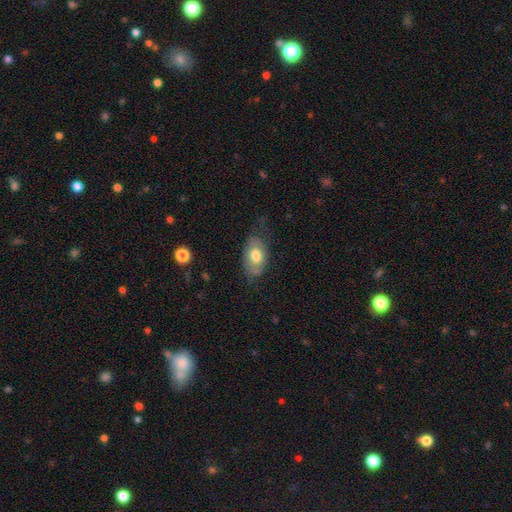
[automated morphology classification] The model was most divided on "merging": none: 58%, minor disturbance: 29%, major disturbance: 12%, merger: 2%. More confident: how rounded — in between (91%); smooth or featured — smooth (65%).